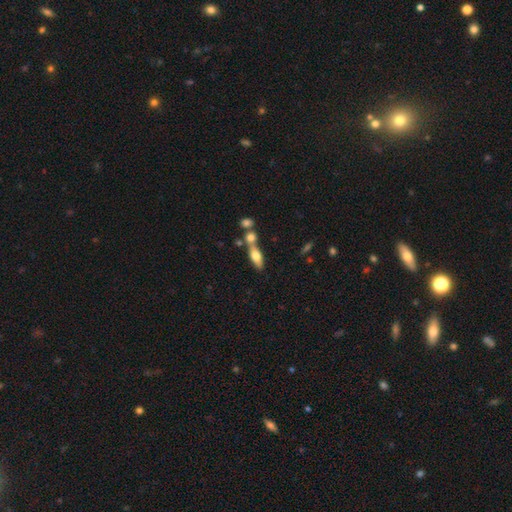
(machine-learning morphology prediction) type=smooth (61%); roundness=in between (59%); merging=none (44%).